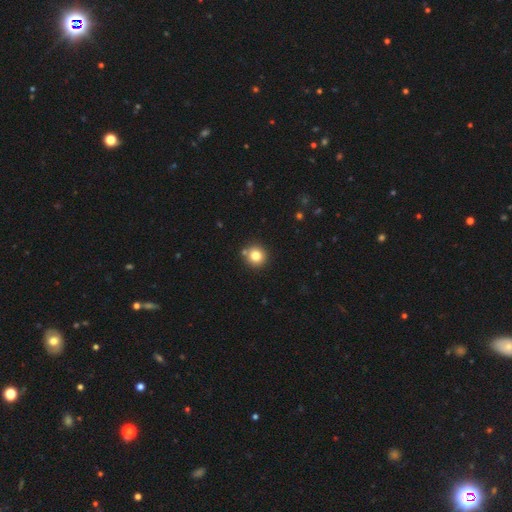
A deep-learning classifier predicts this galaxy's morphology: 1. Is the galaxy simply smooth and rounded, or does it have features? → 80% smooth, 12% star or artifact, 8% featured or disk.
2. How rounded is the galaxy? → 93% round, 6% in between, 1% cigar-shaped.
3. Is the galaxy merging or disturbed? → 83% none, 8% minor disturbance, 7% merger, 2% major disturbance.